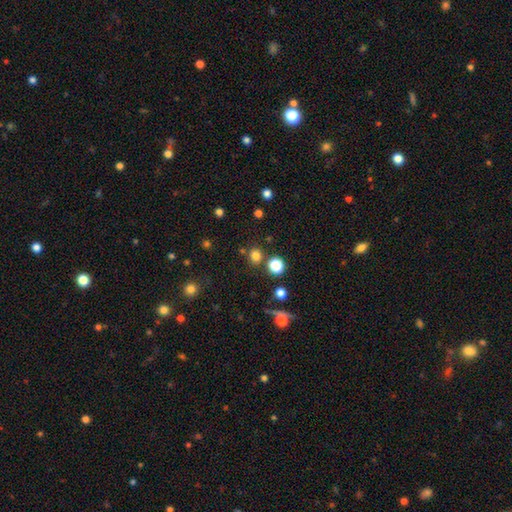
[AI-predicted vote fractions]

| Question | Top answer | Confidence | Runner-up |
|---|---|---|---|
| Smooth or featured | smooth | 77% | star or artifact (18%) |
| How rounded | round | 84% | in between (15%) |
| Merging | none | 80% | merger (9%) |